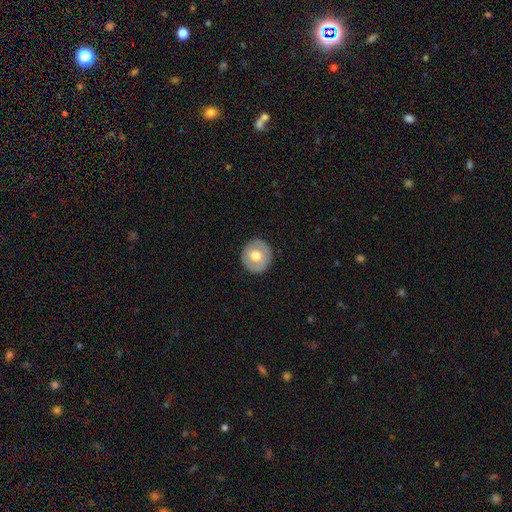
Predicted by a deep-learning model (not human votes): A smooth galaxy with no disk features (60%) that is round (89%). Merging: none (89%).